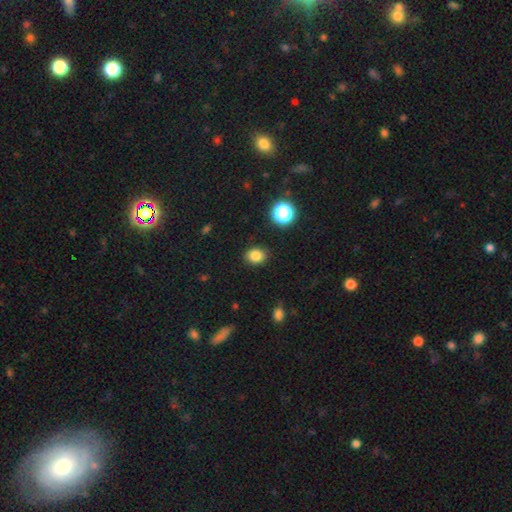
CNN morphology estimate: Smooth or featured? Predicted: smooth (p=0.83). How rounded? Predicted: round (p=0.56). Merging? Predicted: none (p=0.88).